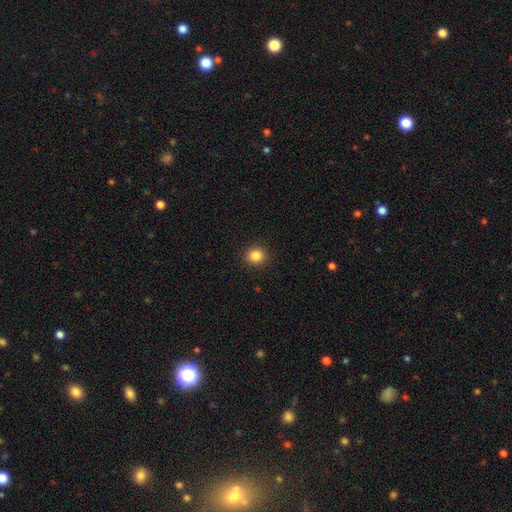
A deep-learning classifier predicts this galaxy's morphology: smooth-or-featured: smooth: 85% | star or artifact: 11% | featured or disk: 4%
  how-rounded: round: 88% | in between: 11% | cigar-shaped: 1%
  merging: none: 92% | minor disturbance: 5% | major disturbance: 2% | merger: 1%